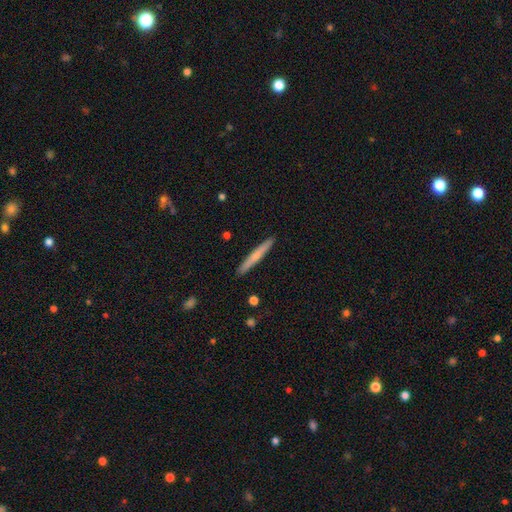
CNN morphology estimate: Smooth or featured? smooth (60%)
How rounded? cigar-shaped (96%)
Merging? none (91%)